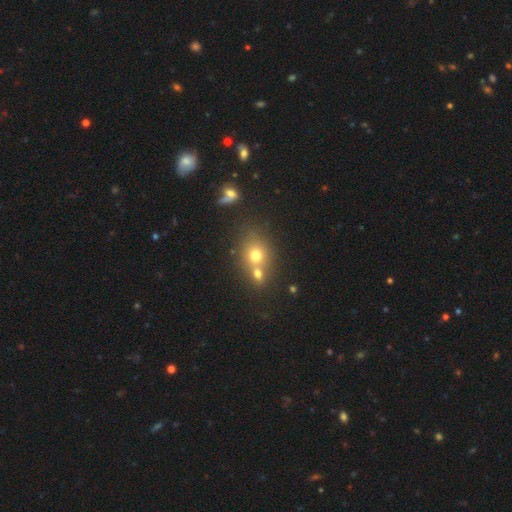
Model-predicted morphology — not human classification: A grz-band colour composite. It shows a smooth galaxy with no disk features (70%) that is round (72%). Merging: merger (45%).